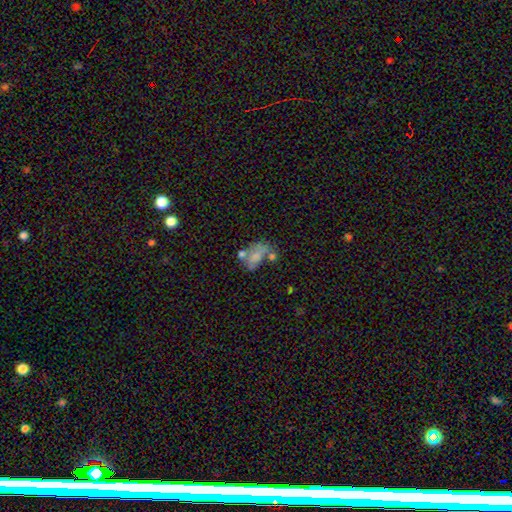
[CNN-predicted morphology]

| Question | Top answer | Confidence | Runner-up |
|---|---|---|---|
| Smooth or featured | smooth | 55% | featured or disk (33%) |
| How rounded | in between | 85% | round (12%) |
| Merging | merger | 32% | none (28%) |